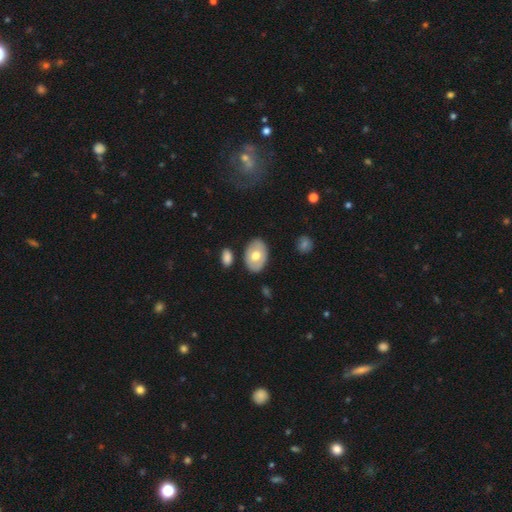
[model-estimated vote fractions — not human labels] smooth_or_featured: smooth (p=0.61) [alt: featured or disk p=0.33]
how_rounded: in between (p=0.88) [alt: round p=0.11]
merging: none (p=0.82) [alt: minor disturbance p=0.12]